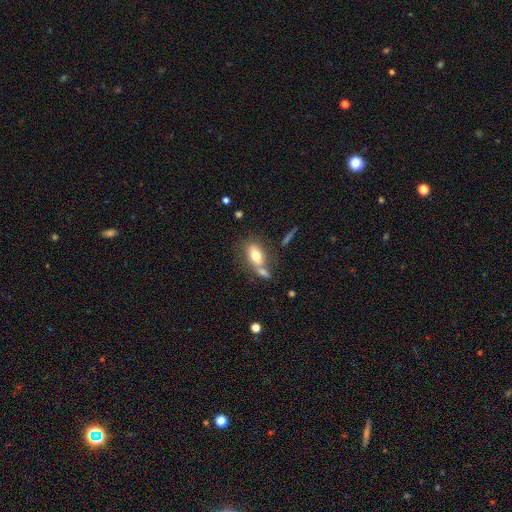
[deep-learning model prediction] smooth_or_featured: smooth (p=0.72) [alt: featured or disk p=0.20]
how_rounded: in between (p=0.85) [alt: cigar-shaped p=0.08]
merging: none (p=0.46) [alt: merger p=0.33]